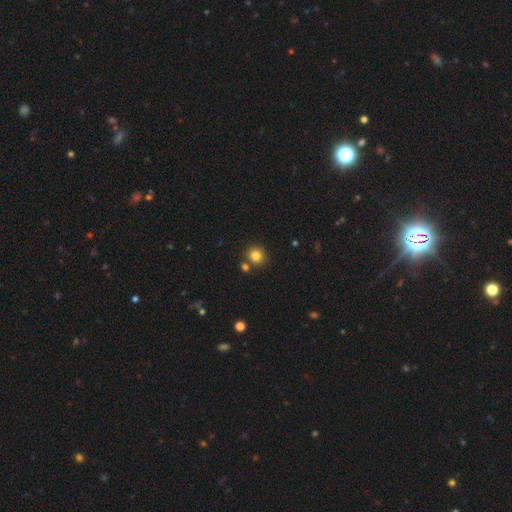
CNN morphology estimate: A smooth galaxy with no disk features (82%) that is round (91%). Merging: none (79%).